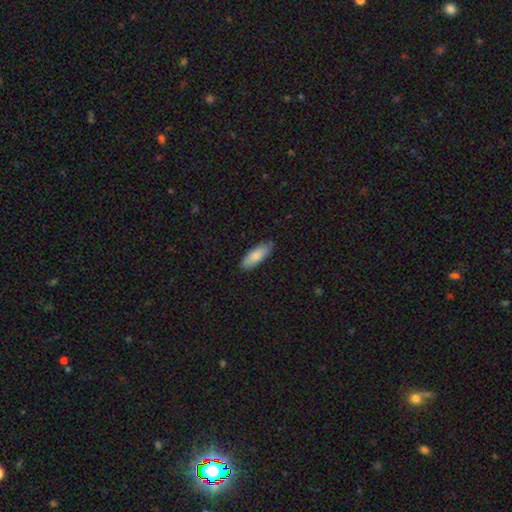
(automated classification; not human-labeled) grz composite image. It shows a smooth galaxy with no disk features (82%) that is in between round and cigar-shaped (72%). Merging: none (83%).